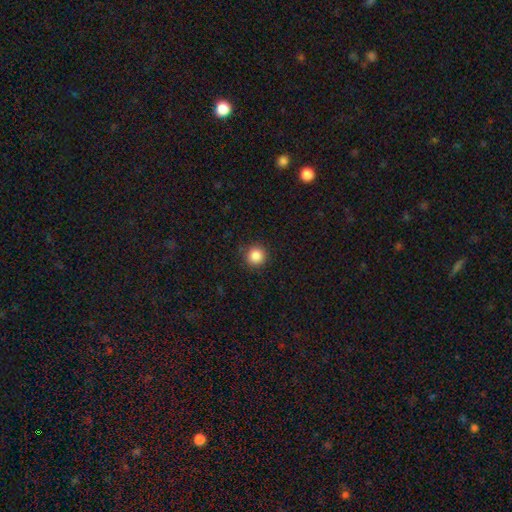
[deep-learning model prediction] Smooth or featured?
  - smooth: 86% *
  - star or artifact: 10%
  - featured or disk: 3%
How rounded?
  - round: 95% *
  - in between: 4%
  - cigar-shaped: 1%
Merging?
  - none: 90% *
  - minor disturbance: 7%
  - major disturbance: 2%
  - merger: 1%